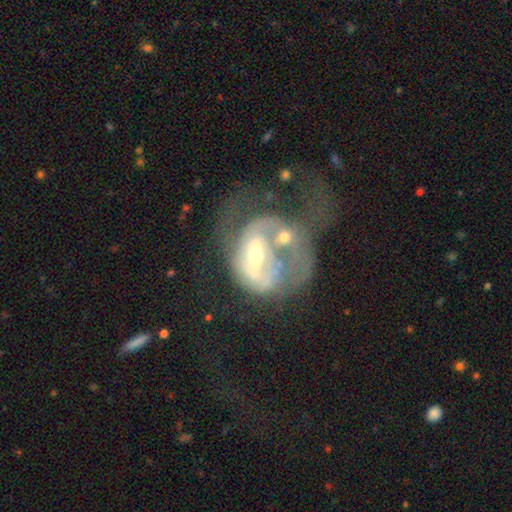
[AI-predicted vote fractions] smooth-or-featured: featured or disk: 74% | smooth: 18% | star or artifact: 8%
  disk-edge-on: no: 97% | yes: 3%
    bar: no: 55% | weak: 32% | strong: 13%
    has-spiral-arms: yes: 65% | no: 35%
    bulge-size: moderate: 52% | small: 38% | large: 5% | none: 3% | dominant: 2%
  merging: merger: 49% | major disturbance: 32% | none: 11% | minor disturbance: 8%